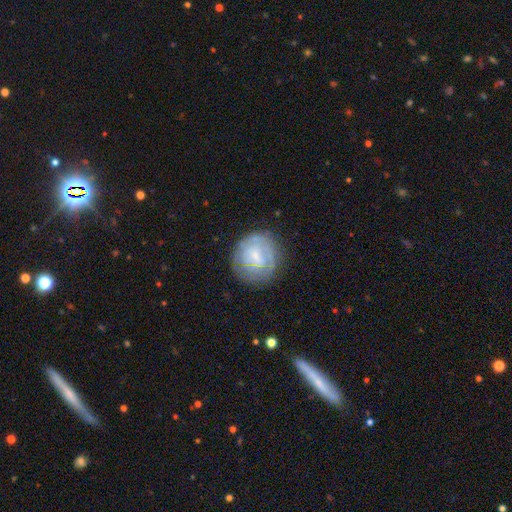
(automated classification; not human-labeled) Morphology: type=featured or disk (47%); merging=none (72%).